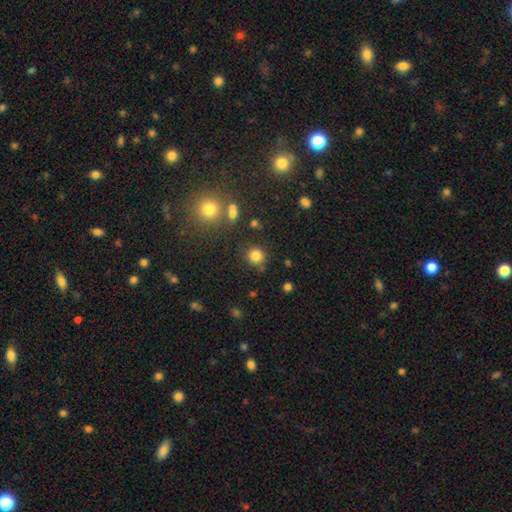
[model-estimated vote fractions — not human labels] Smooth or featured?
  - smooth: 82% *
  - star or artifact: 13%
  - featured or disk: 6%
How rounded?
  - round: 89% *
  - in between: 10%
  - cigar-shaped: 1%
Merging?
  - none: 81% *
  - minor disturbance: 10%
  - merger: 5%
  - major disturbance: 4%